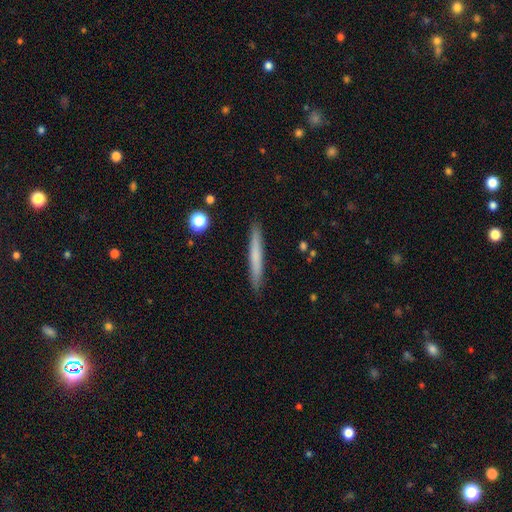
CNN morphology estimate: This is likely a smooth galaxy (65%). How rounded: clearly cigar-shaped (96%). Merging: clearly none (90%).